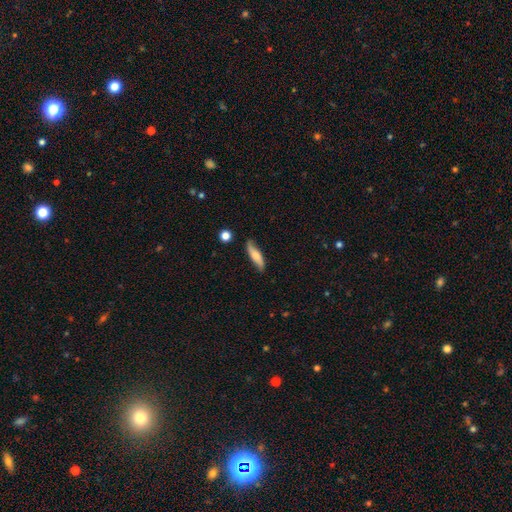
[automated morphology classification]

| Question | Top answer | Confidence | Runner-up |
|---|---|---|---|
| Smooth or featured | smooth | 58% | featured or disk (35%) |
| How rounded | cigar-shaped | 63% | in between (35%) |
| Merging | none | 76% | minor disturbance (19%) |